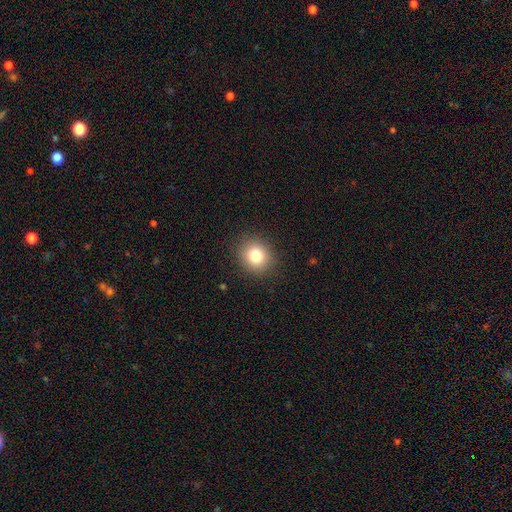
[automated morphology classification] A smooth galaxy with no disk features (81%) that is round (77%). Merging: none (89%).